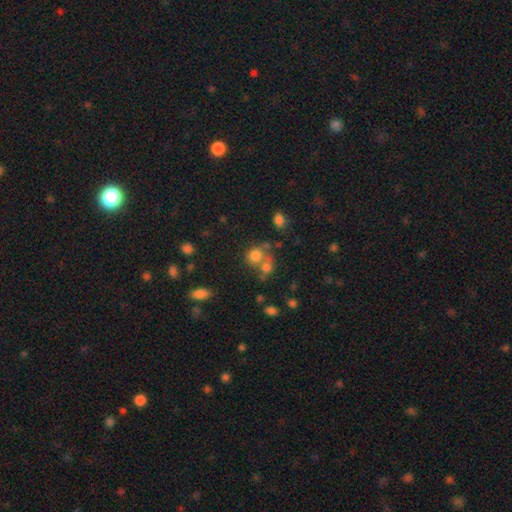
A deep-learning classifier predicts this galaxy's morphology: smooth 73%, star or artifact 15%, featured or disk 11%. Down the decision tree: how rounded — round (72%); merging — merger (44%).